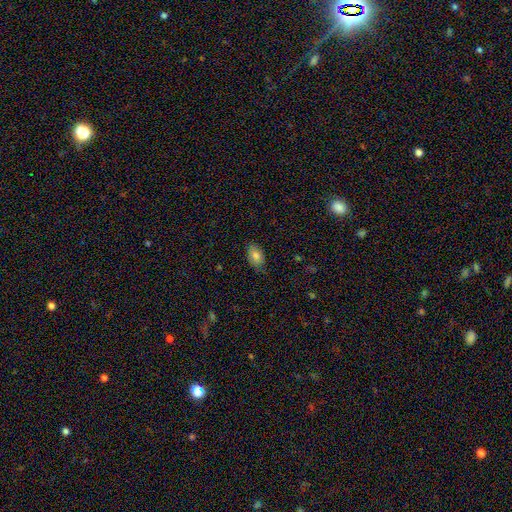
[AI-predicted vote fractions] Smooth or featured: smooth — 83% (featured or disk — 9%)
How rounded: in between — 90% (round — 8%)
Merging: none — 76% (minor disturbance — 19%)